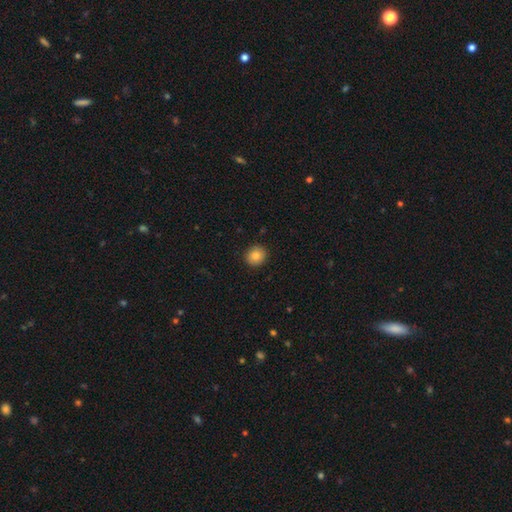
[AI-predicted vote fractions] A smooth galaxy with no disk features (83%) that is round (88%).

Vote fractions:
- Smooth or featured? smooth: 83% / star or artifact: 10% / featured or disk: 7%
- How rounded? round: 88% / in between: 11% / cigar-shaped: 1%
- Merging? none: 91% / minor disturbance: 6% / major disturbance: 2% / merger: 1%